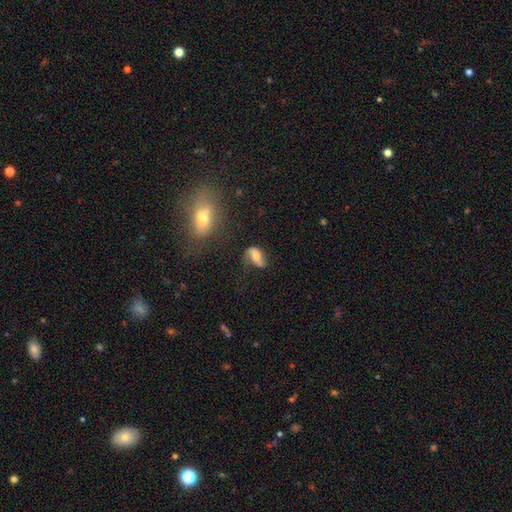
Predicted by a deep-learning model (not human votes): Smooth or featured? featured or disk (57%)
Edge-on disk? no (93%)
Bar? no (46%)
Spiral arms? yes (84%)
Bulge size? moderate (56%)
Merging? none (52%)